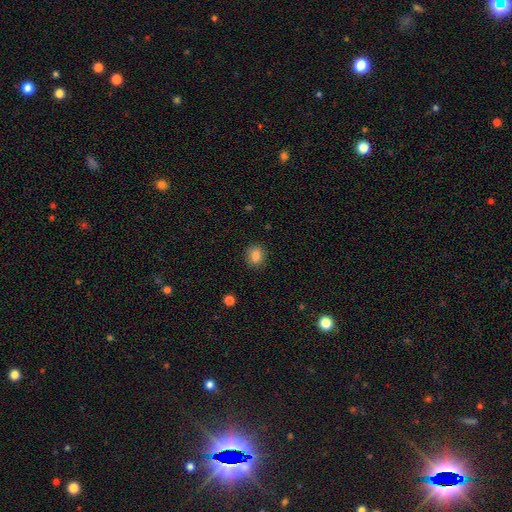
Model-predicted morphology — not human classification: Smooth or featured: smooth — 86% (star or artifact — 10%)
How rounded: round — 63% (in between — 36%)
Merging: none — 88% (minor disturbance — 8%)